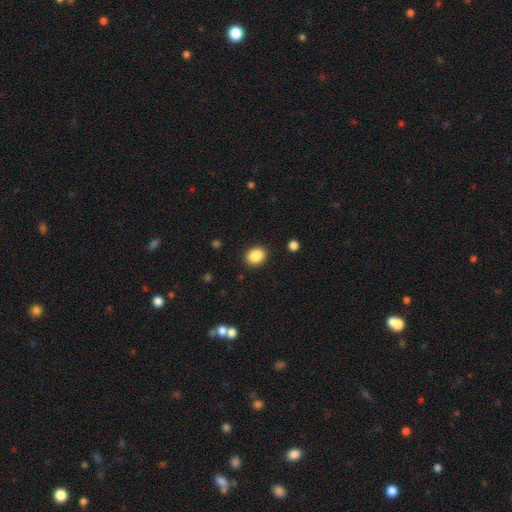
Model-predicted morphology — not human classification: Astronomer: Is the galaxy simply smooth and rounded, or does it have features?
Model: smooth — 88%.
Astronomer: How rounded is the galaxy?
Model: round — 54% (runner-up: in between, 45%).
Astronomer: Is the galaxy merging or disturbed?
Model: none — 90%.